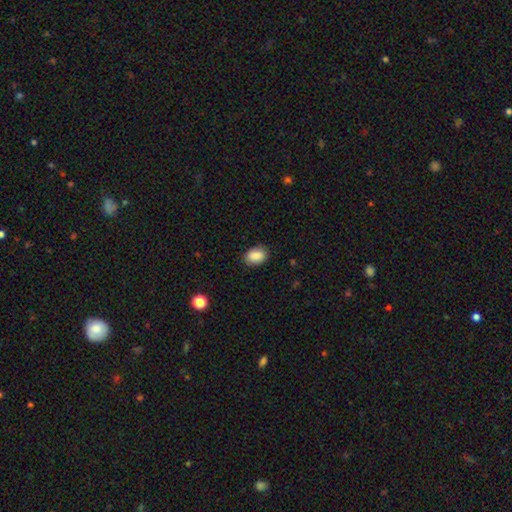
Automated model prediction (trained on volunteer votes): smooth-or-featured: smooth: 87% | star or artifact: 8% | featured or disk: 5%
  how-rounded: in between: 80% | round: 18% | cigar-shaped: 1%
  merging: none: 86% | minor disturbance: 10% | major disturbance: 2% | merger: 1%